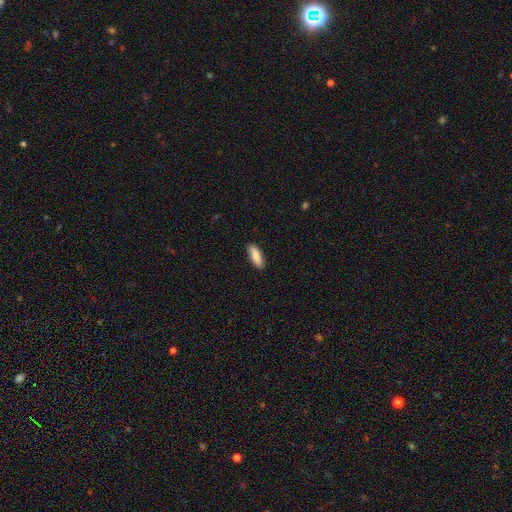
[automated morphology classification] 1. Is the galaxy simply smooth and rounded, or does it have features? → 85% smooth, 9% featured or disk, 6% star or artifact.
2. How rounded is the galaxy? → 60% in between, 38% cigar-shaped, 2% round.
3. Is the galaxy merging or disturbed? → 84% none, 12% minor disturbance, 2% major disturbance, 1% merger.